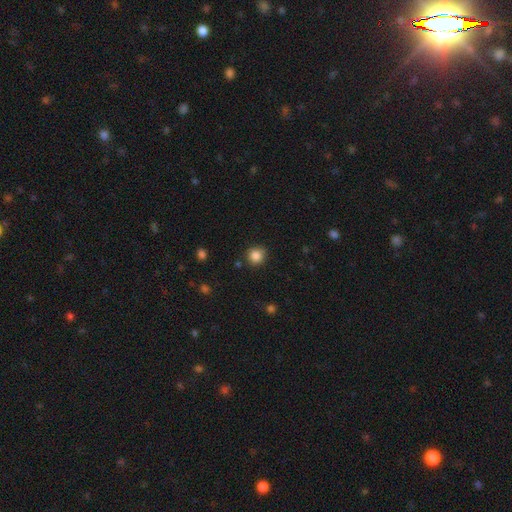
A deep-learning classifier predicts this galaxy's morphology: Q: Smooth or featured?
A: smooth (86%); runner-up: star or artifact (11%)
Q: How rounded?
A: round (90%); runner-up: in between (9%)
Q: Merging?
A: none (85%); runner-up: minor disturbance (10%)